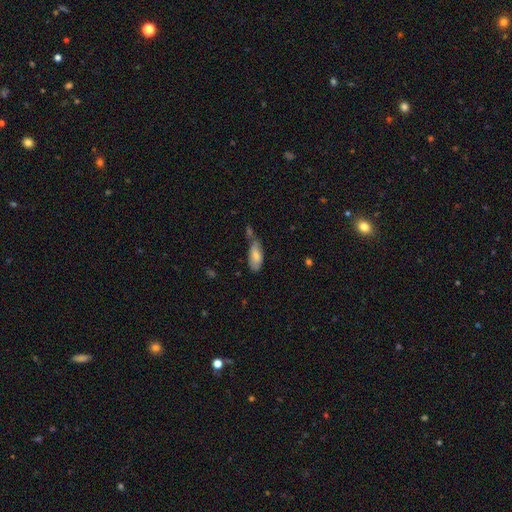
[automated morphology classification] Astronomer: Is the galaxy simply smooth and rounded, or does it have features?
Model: smooth — 75%.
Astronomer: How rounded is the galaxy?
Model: in between — 83%.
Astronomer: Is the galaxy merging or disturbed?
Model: none — 42% (runner-up: minor disturbance, 27%).